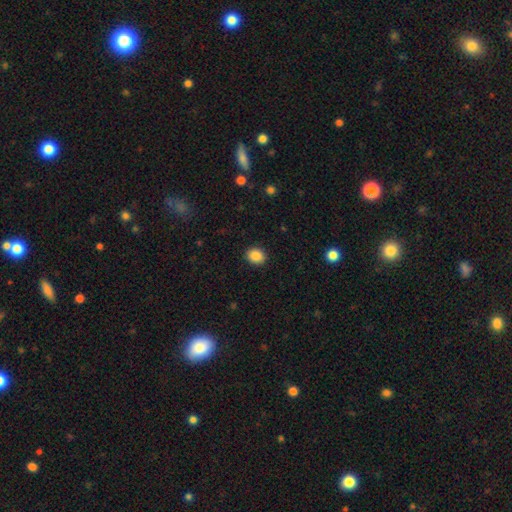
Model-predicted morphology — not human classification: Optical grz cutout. It shows a smooth galaxy with no disk features (88%) that is round (65%). Merging: none (91%).